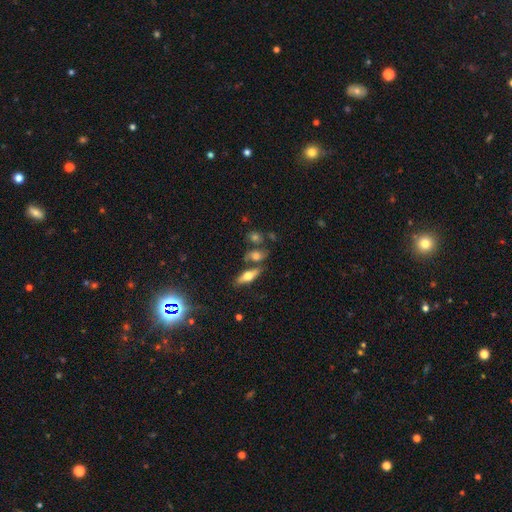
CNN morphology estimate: Smooth or featured: smooth — 58% (featured or disk — 30%)
How rounded: in between — 58% (round — 25%)
Merging: none — 58% (merger — 22%)